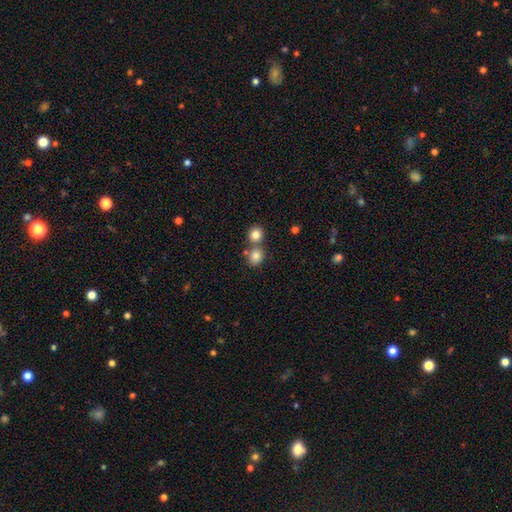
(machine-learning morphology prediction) A smooth galaxy with no disk features (80%) that is round (73%).

Vote fractions:
- Smooth or featured? smooth: 80% / star or artifact: 12% / featured or disk: 8%
- How rounded? round: 73% / in between: 26% / cigar-shaped: 1%
- Merging? none: 55% / merger: 34% / minor disturbance: 8% / major disturbance: 3%